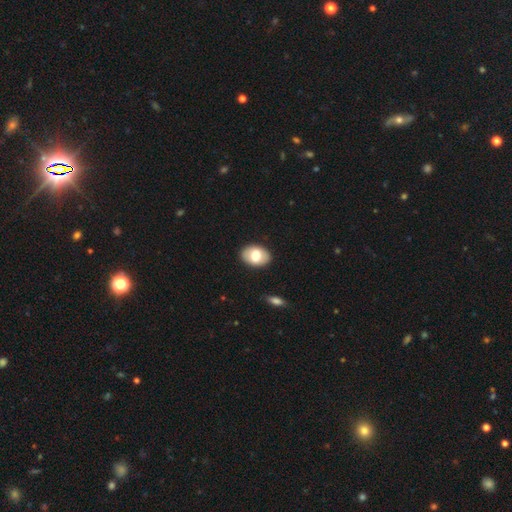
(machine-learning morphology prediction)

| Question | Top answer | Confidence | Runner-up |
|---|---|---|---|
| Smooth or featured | smooth | 74% | featured or disk (20%) |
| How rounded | in between | 85% | round (14%) |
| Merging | none | 89% | minor disturbance (8%) |